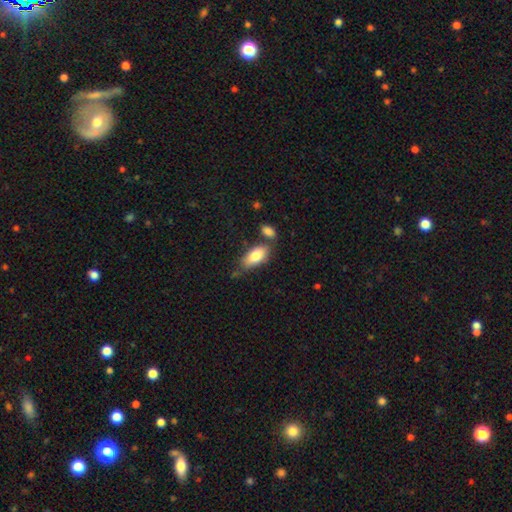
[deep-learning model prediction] smooth_or_featured: smooth (p=0.80) [alt: featured or disk p=0.14]
how_rounded: in between (p=0.89) [alt: cigar-shaped p=0.08]
merging: none (p=0.60) [alt: minor disturbance p=0.18]